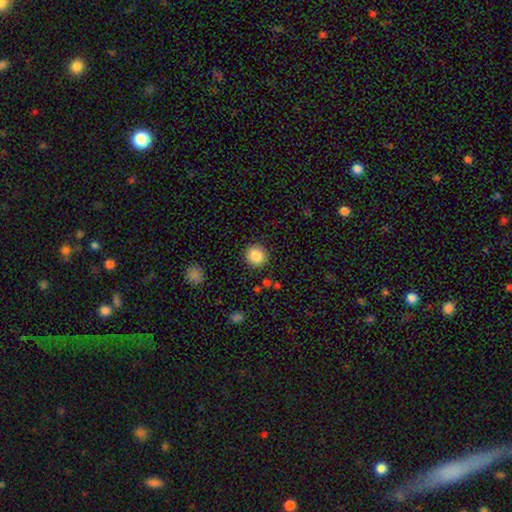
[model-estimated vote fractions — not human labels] smooth 87%, star or artifact 9%, featured or disk 4%. Down the decision tree: how rounded — round (92%); merging — none (90%).